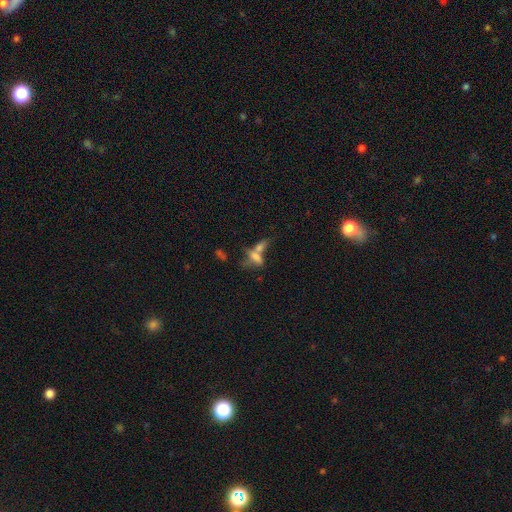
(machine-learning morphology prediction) Smooth or featured?
  - smooth: 58% *
  - featured or disk: 28%
  - star or artifact: 14%
How rounded?
  - in between: 74% *
  - cigar-shaped: 18%
  - round: 8%
Merging?
  - merger: 58% *
  - none: 20%
  - major disturbance: 13%
  - minor disturbance: 9%